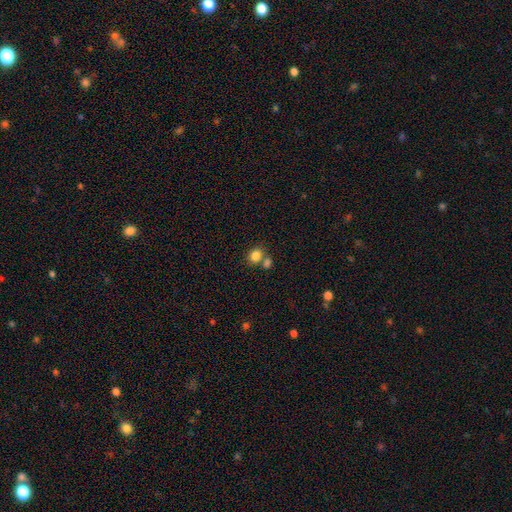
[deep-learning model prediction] Smooth or featured?
  - smooth: 83% *
  - star or artifact: 11%
  - featured or disk: 6%
How rounded?
  - round: 70% *
  - in between: 30%
  - cigar-shaped: 1%
Merging?
  - none: 57% *
  - merger: 30%
  - minor disturbance: 9%
  - major disturbance: 4%